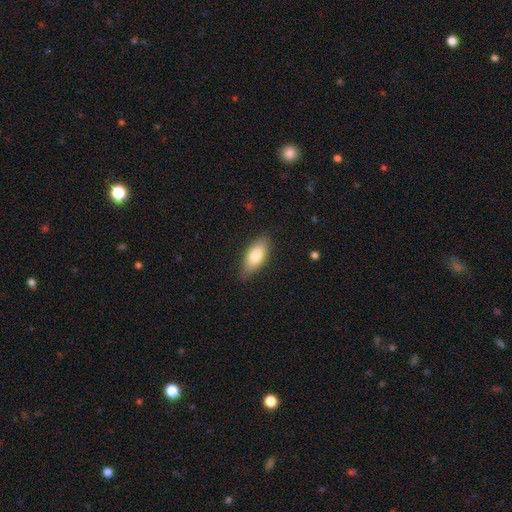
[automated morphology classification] type=smooth (76%); roundness=in between (82%); merging=none (82%).